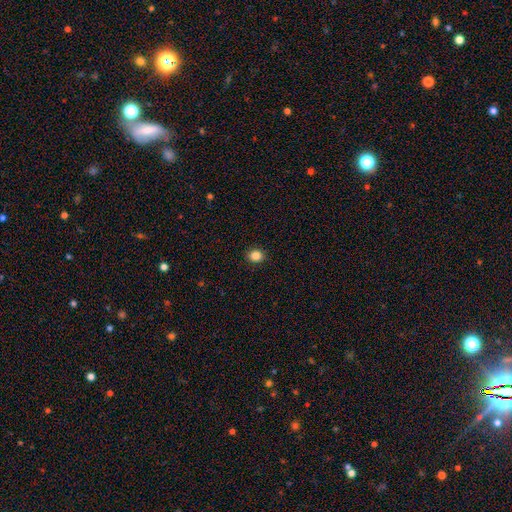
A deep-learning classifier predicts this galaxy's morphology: smooth 85%, star or artifact 11%, featured or disk 4%. Down the decision tree: how rounded — round (72%); merging — none (91%).